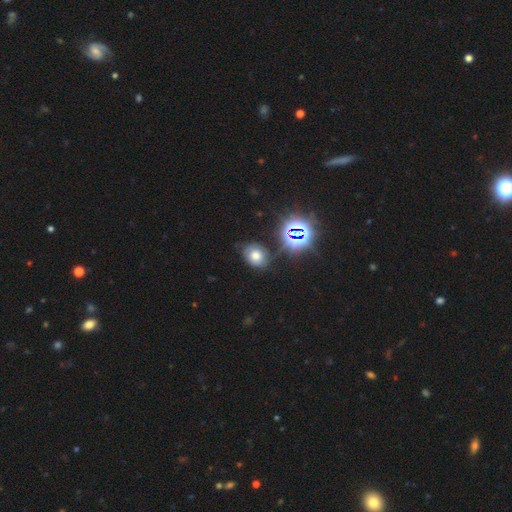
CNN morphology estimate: Smooth or featured? Predicted: smooth (p=0.55). How rounded? Predicted: in between (p=0.52). Merging? Predicted: none (p=0.70).